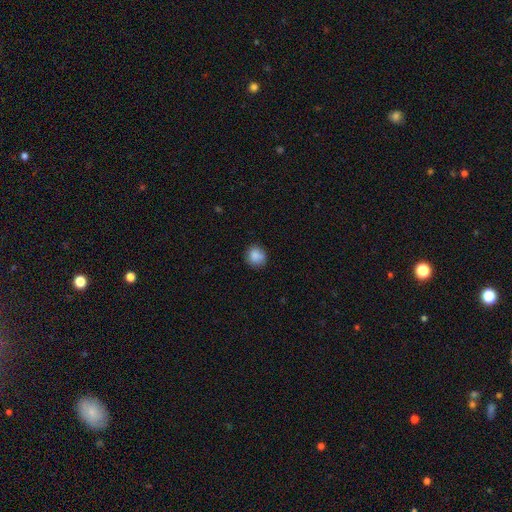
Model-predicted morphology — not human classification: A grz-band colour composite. It shows a smooth galaxy with no disk features (87%) that is round (86%). Merging: none (82%).